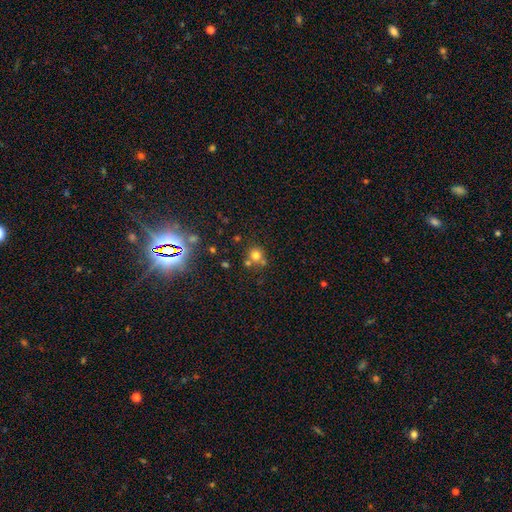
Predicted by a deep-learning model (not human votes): The model was most divided on "merging": none: 58%, merger: 27%, minor disturbance: 10%, major disturbance: 4%. More confident: how rounded — round (86%); smooth or featured — smooth (71%).